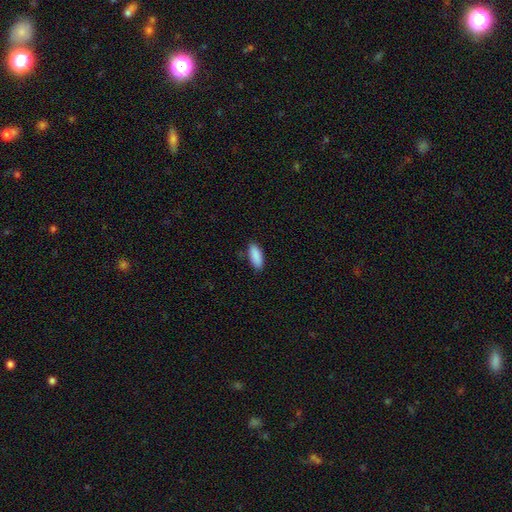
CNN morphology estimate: Smooth or featured? smooth (90%)
How rounded? in between (79%)
Merging? none (86%)